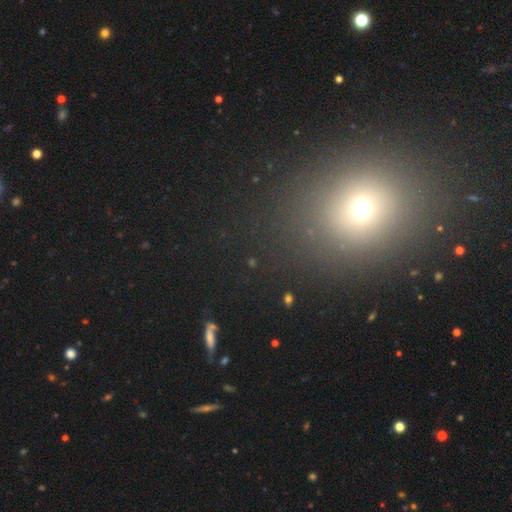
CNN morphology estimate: Q: Smooth or featured?
A: smooth (52%); runner-up: star or artifact (40%)
Q: How rounded?
A: round (68%); runner-up: in between (30%)
Q: Merging?
A: none (88%); runner-up: minor disturbance (6%)